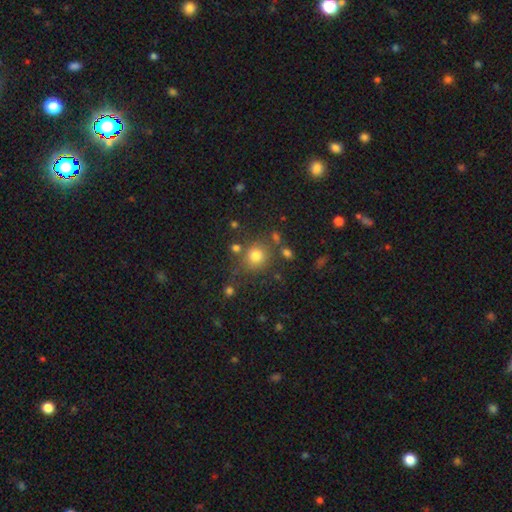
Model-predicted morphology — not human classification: smooth_or_featured: smooth (p=0.77) [alt: star or artifact p=0.15]
how_rounded: round (p=0.85) [alt: in between p=0.14]
merging: none (p=0.74) [alt: minor disturbance p=0.12]